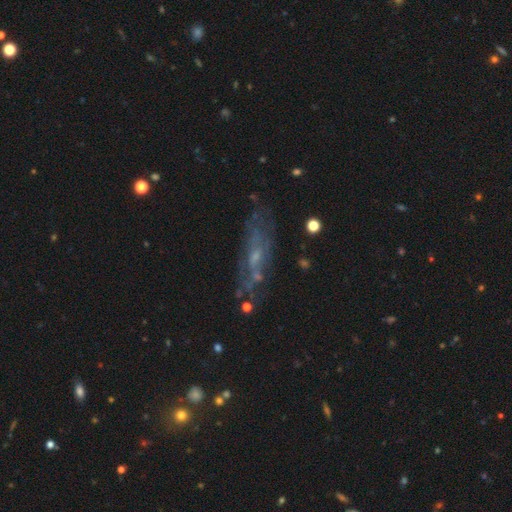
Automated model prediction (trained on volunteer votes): Smooth or featured: featured or disk — 60% (smooth — 26%)
Edge-on disk: no — 71% (yes — 29%)
Merging: none — 63% (minor disturbance — 20%)